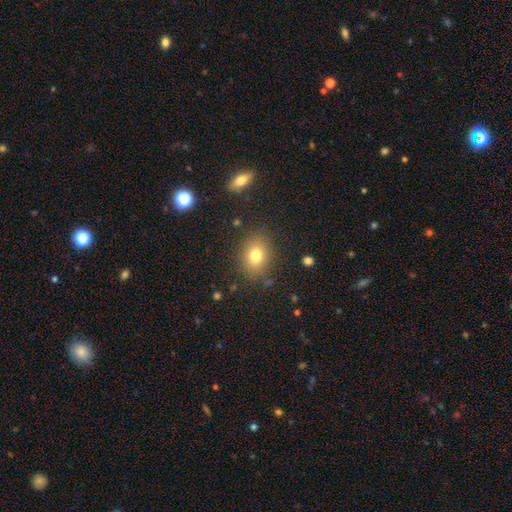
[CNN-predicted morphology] A smooth galaxy with no disk features (77%) that is in between round and cigar-shaped (56%). Merging: none (84%).